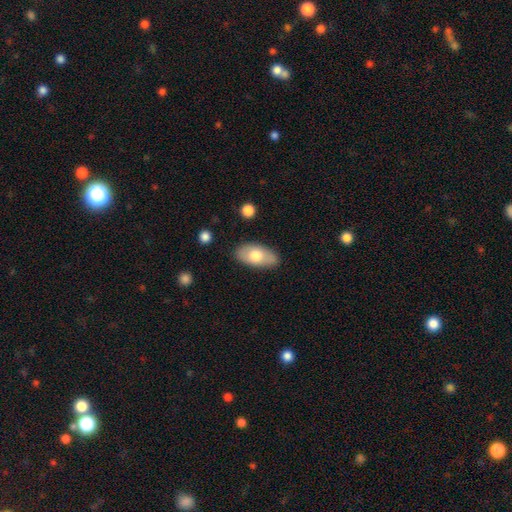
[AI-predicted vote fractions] Morphology: type=smooth (67%); roundness=in between (93%); merging=none (83%).